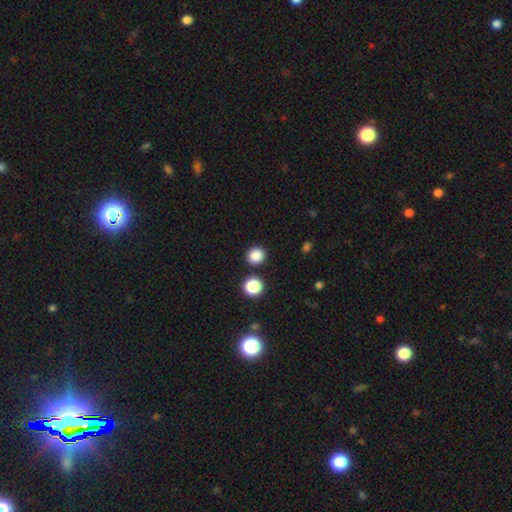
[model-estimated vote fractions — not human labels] This is clearly a smooth galaxy (85%). How rounded: clearly round (89%). Merging: clearly none (88%).